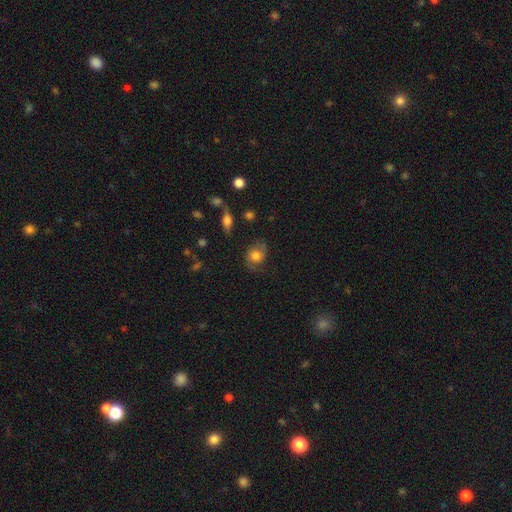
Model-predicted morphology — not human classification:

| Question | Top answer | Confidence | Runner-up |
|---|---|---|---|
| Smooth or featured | smooth | 51% | featured or disk (39%) |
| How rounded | round | 58% | in between (41%) |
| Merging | none | 62% | minor disturbance (23%) |